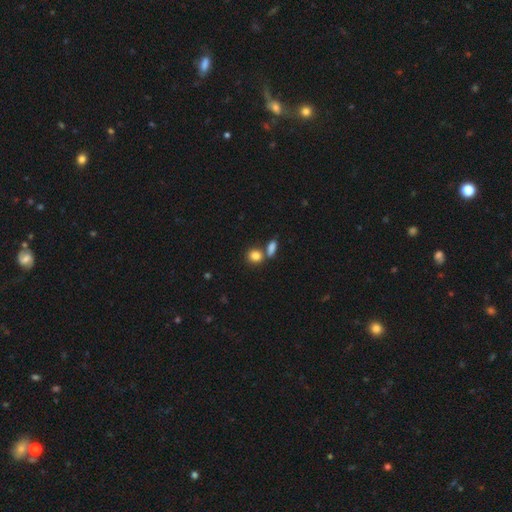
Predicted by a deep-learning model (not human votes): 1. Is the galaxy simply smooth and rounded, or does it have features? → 84% smooth, 10% star or artifact, 7% featured or disk.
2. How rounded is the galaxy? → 66% round, 31% in between, 2% cigar-shaped.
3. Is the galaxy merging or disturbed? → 57% none, 30% merger, 10% minor disturbance, 3% major disturbance.